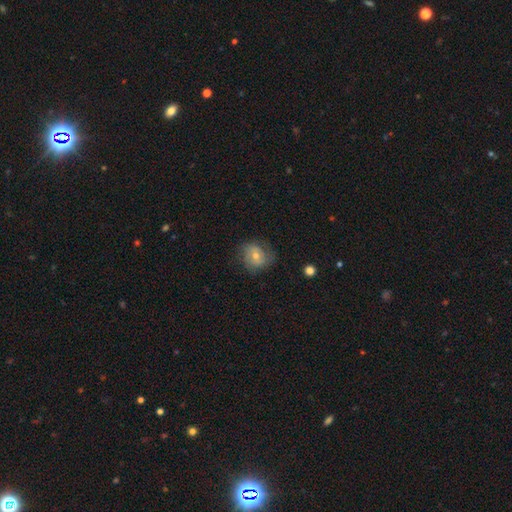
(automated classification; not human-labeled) Smooth or featured? featured or disk (46%)
Merging? none (68%)